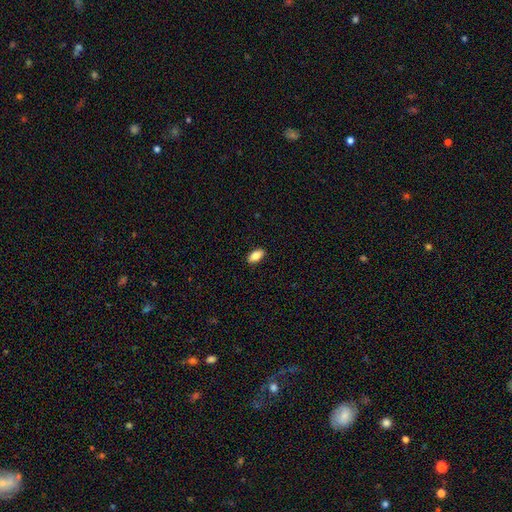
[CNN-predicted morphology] smooth-or-featured: smooth: 84% | featured or disk: 9% | star or artifact: 7%
  how-rounded: in between: 90% | cigar-shaped: 6% | round: 4%
  merging: none: 90% | minor disturbance: 8% | major disturbance: 2% | merger: 1%